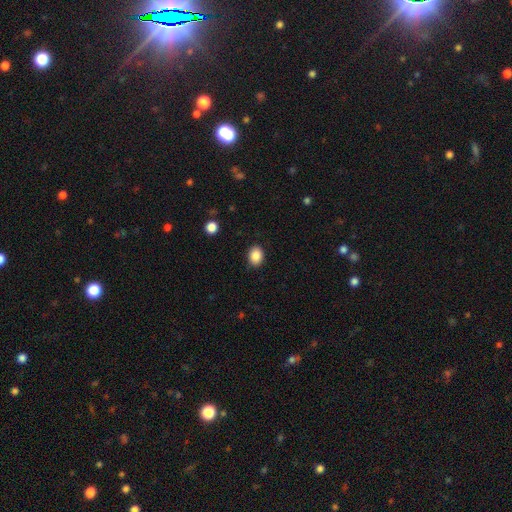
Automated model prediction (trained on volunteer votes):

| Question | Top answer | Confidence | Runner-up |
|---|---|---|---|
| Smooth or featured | smooth | 87% | star or artifact (9%) |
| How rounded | in between | 58% | round (41%) |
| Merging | none | 88% | minor disturbance (9%) |